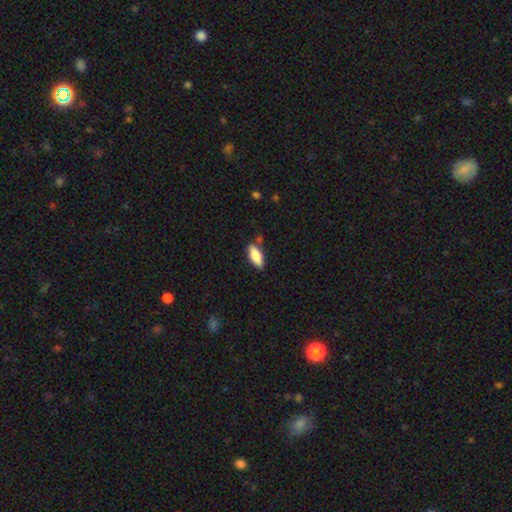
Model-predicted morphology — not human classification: type=smooth (80%); roundness=in between (74%); merging=none (76%).